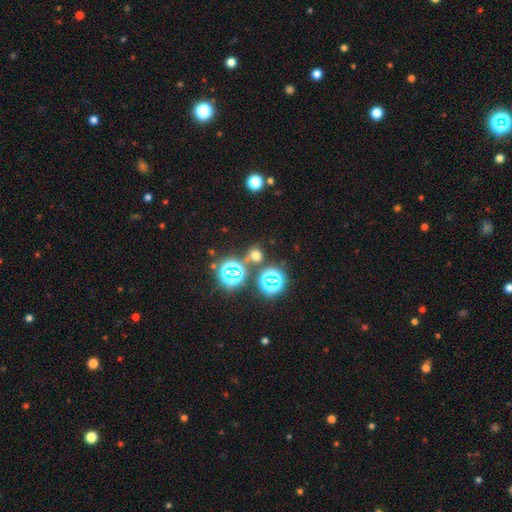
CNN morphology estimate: type=smooth (51%); roundness=round (80%); merging=none (74%).